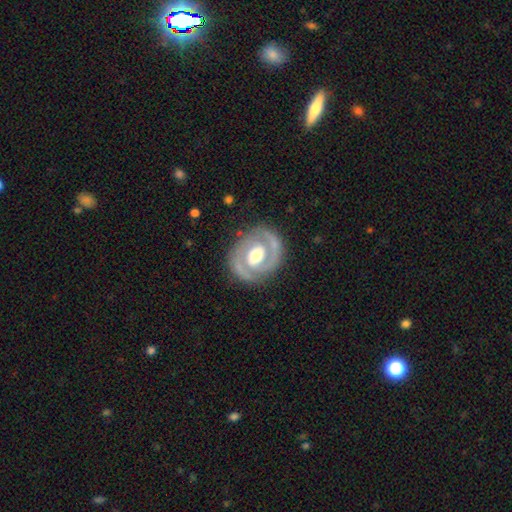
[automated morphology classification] featured or disk 83%, smooth 13%, star or artifact 4%. Down the decision tree: edge-on disk — no (97%); bar — no (41%); spiral arms — yes (81%); spiral arm count — 2 (79%); spiral winding — tight (53%); bulge size — moderate (64%); merging — none (80%).